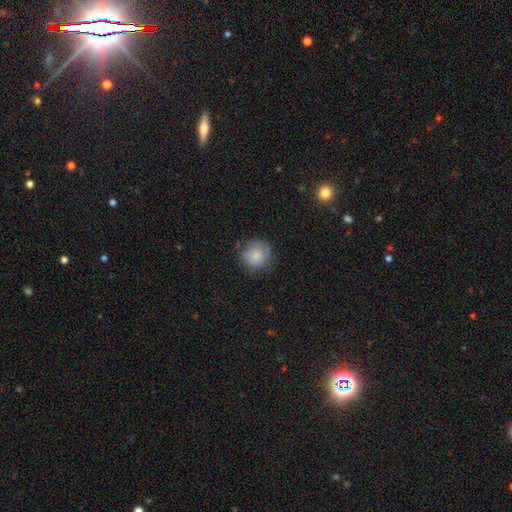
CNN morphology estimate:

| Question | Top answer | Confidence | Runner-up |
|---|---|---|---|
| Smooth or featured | smooth | 78% | featured or disk (13%) |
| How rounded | round | 89% | in between (10%) |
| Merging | none | 73% | minor disturbance (19%) |